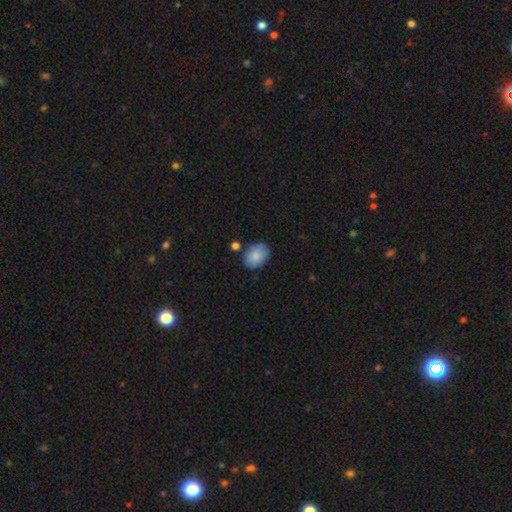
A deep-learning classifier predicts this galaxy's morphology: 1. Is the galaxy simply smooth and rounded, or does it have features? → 84% smooth, 9% featured or disk, 7% star or artifact.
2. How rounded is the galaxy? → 76% in between, 23% round, 1% cigar-shaped.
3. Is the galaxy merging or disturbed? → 74% none, 16% minor disturbance, 6% merger, 4% major disturbance.